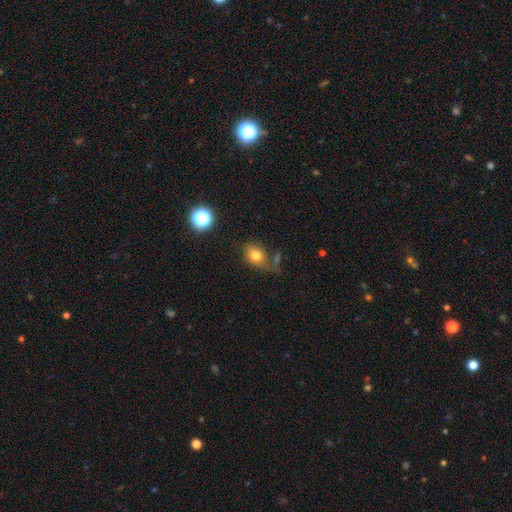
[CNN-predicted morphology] smooth-or-featured: smooth: 77% | star or artifact: 12% | featured or disk: 12%
  how-rounded: in between: 65% | round: 34% | cigar-shaped: 1%
  merging: none: 51% | minor disturbance: 22% | merger: 14% | major disturbance: 13%